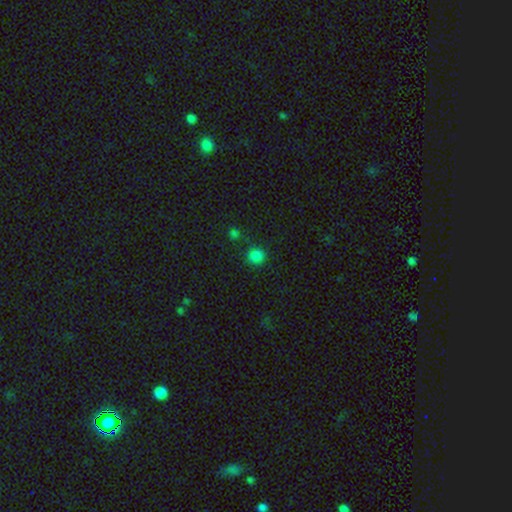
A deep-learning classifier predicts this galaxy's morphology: smooth 83%, star or artifact 14%, featured or disk 3%. Down the decision tree: how rounded — round (92%); merging — none (84%).